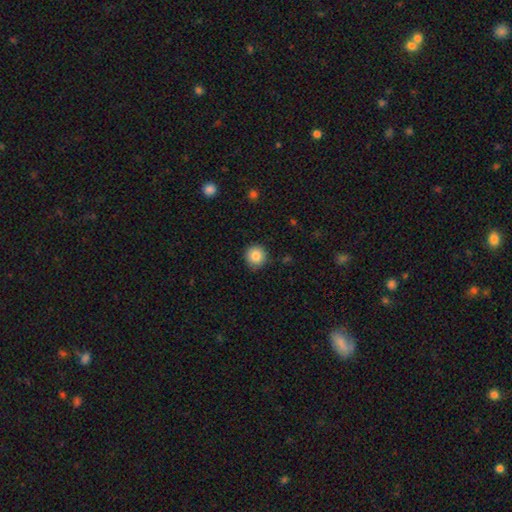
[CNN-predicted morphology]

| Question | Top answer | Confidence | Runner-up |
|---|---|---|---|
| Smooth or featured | smooth | 85% | star or artifact (9%) |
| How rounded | round | 95% | in between (4%) |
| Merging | none | 89% | minor disturbance (8%) |